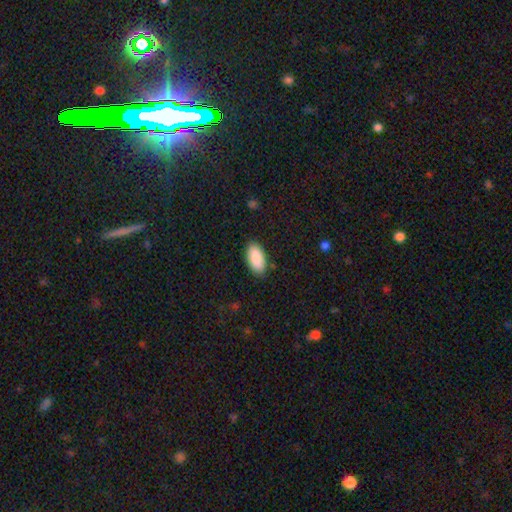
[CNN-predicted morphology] smooth_or_featured: smooth (p=0.89) [alt: star or artifact p=0.06]
how_rounded: in between (p=0.93) [alt: cigar-shaped p=0.05]
merging: none (p=0.87) [alt: minor disturbance p=0.10]